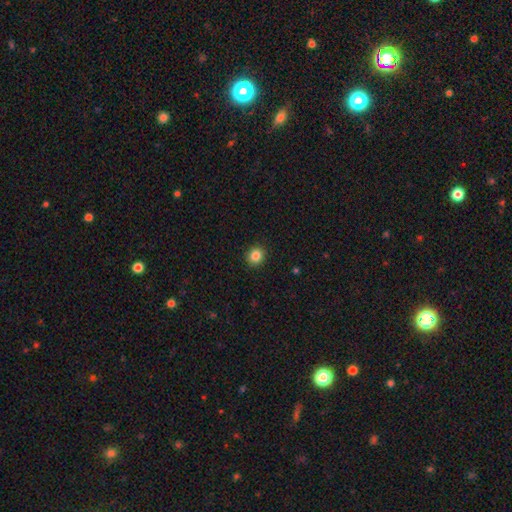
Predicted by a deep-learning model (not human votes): Smooth or featured: smooth — 85% (star or artifact — 11%)
How rounded: round — 82% (in between — 17%)
Merging: none — 92% (minor disturbance — 5%)